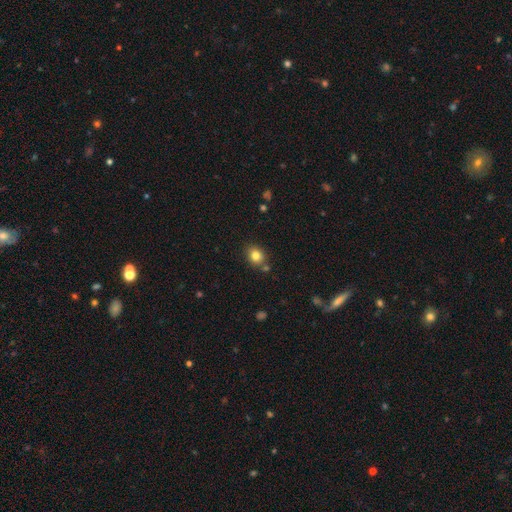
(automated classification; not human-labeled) smooth 81%, star or artifact 11%, featured or disk 8%. Down the decision tree: how rounded — round (63%); merging — none (79%).